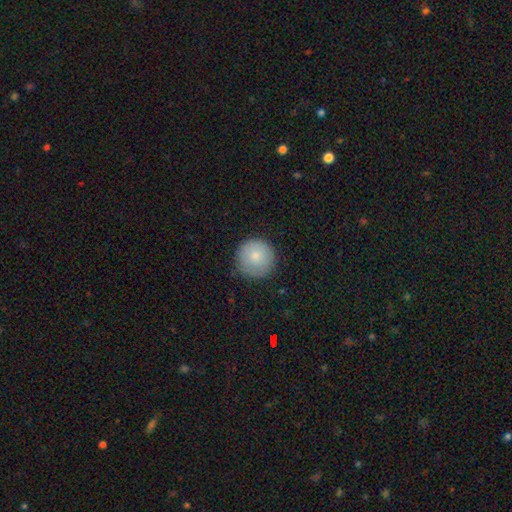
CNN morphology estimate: Smooth or featured? smooth (81%)
How rounded? round (96%)
Merging? none (84%)